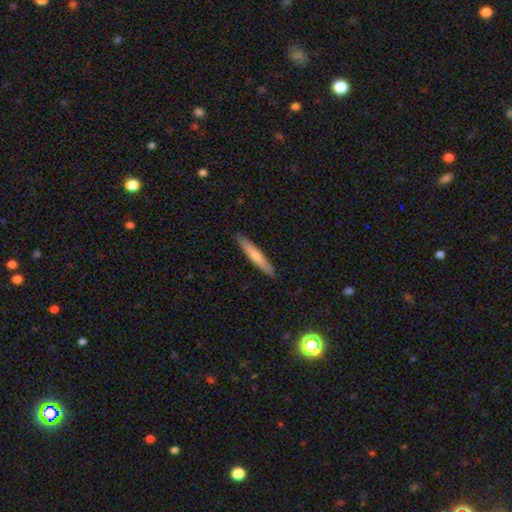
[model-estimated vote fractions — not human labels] This is likely a smooth galaxy (68%). How rounded: clearly cigar-shaped (93%). Merging: clearly none (90%).